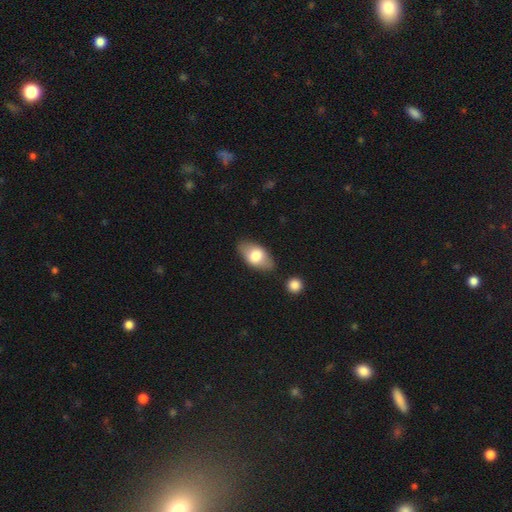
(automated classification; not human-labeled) Smooth or featured? Predicted: smooth (p=0.69). How rounded? Predicted: in between (p=0.90). Merging? Predicted: none (p=0.77).